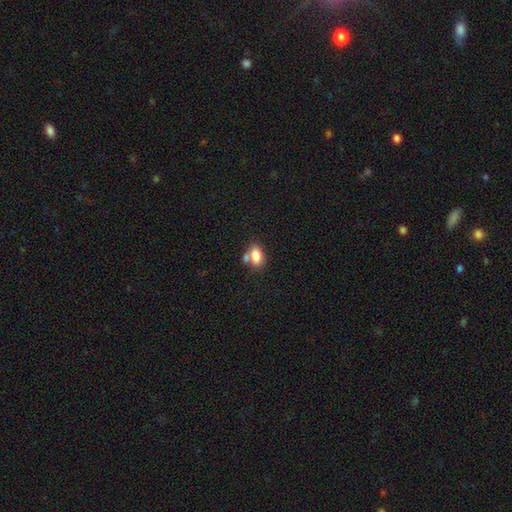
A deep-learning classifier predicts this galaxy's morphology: Smooth or featured?
  - smooth: 80% *
  - featured or disk: 11%
  - star or artifact: 9%
How rounded?
  - in between: 85% *
  - round: 10%
  - cigar-shaped: 4%
Merging?
  - none: 48% *
  - merger: 35%
  - minor disturbance: 13%
  - major disturbance: 4%